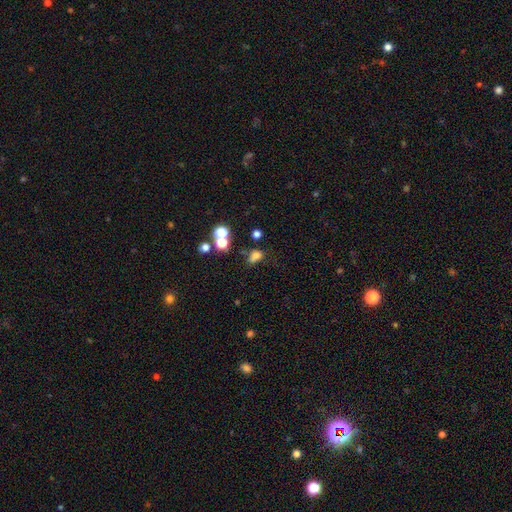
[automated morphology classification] Smooth or featured?
  - smooth: 68% *
  - star or artifact: 22%
  - featured or disk: 10%
How rounded?
  - in between: 57% *
  - round: 41%
  - cigar-shaped: 2%
Merging?
  - none: 46% *
  - merger: 21%
  - minor disturbance: 20%
  - major disturbance: 13%